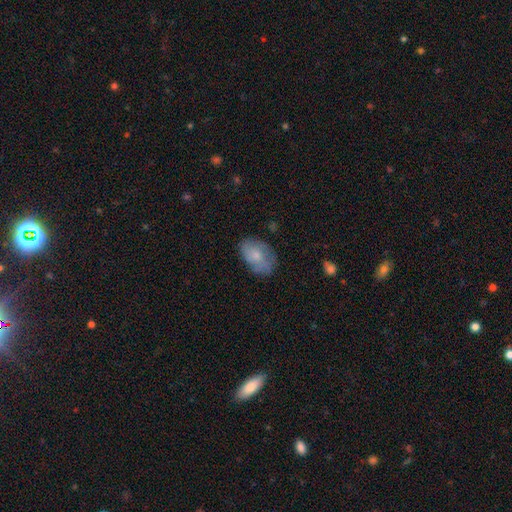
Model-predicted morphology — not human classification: This is likely a smooth galaxy (69%). How rounded: clearly in between (87%). Merging: likely none (64%).